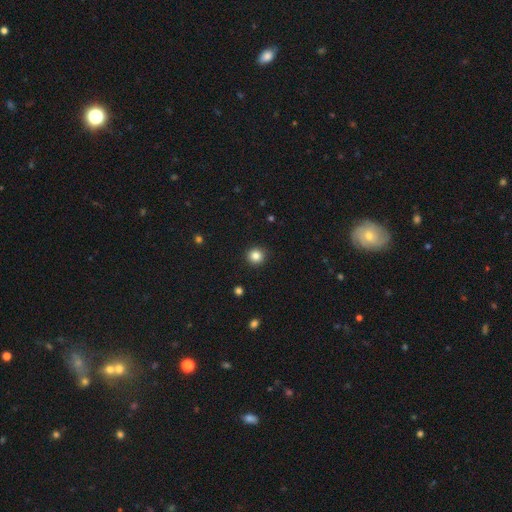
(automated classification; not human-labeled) A smooth galaxy with no disk features (84%) that is round (93%). Merging: none (92%).